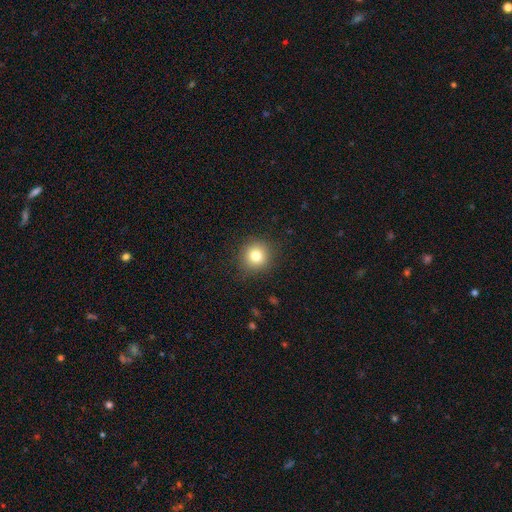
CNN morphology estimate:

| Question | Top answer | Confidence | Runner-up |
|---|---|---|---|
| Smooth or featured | smooth | 80% | star or artifact (12%) |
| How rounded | round | 92% | in between (7%) |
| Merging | none | 89% | minor disturbance (8%) |